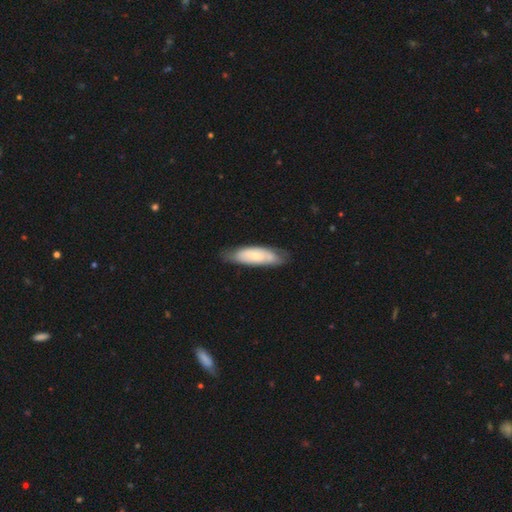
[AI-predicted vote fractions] Smooth or featured?
  - smooth: 61% *
  - featured or disk: 33%
  - star or artifact: 6%
How rounded?
  - in between: 58% *
  - cigar-shaped: 41%
  - round: 2%
Merging?
  - none: 64% *
  - minor disturbance: 26%
  - major disturbance: 6%
  - merger: 3%